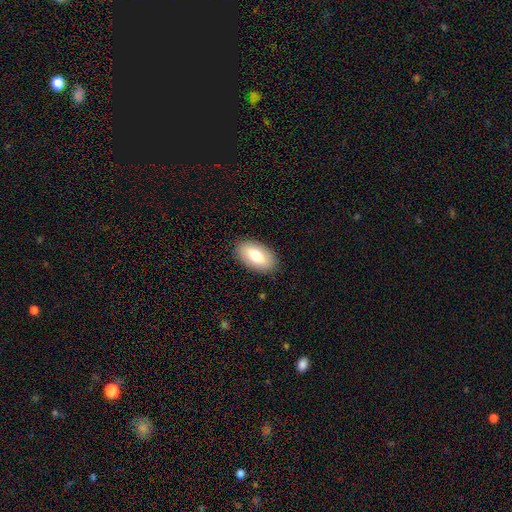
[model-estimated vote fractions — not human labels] smooth-or-featured: smooth: 75% | featured or disk: 18% | star or artifact: 6%
  how-rounded: in between: 94% | round: 4% | cigar-shaped: 2%
  merging: none: 88% | minor disturbance: 9% | major disturbance: 2% | merger: 1%